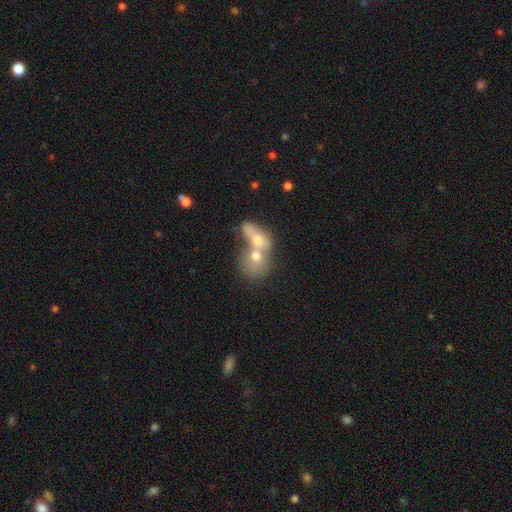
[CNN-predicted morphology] This is likely a smooth galaxy (63%). How rounded: possibly in between (52%). Merging: likely merger (78%).